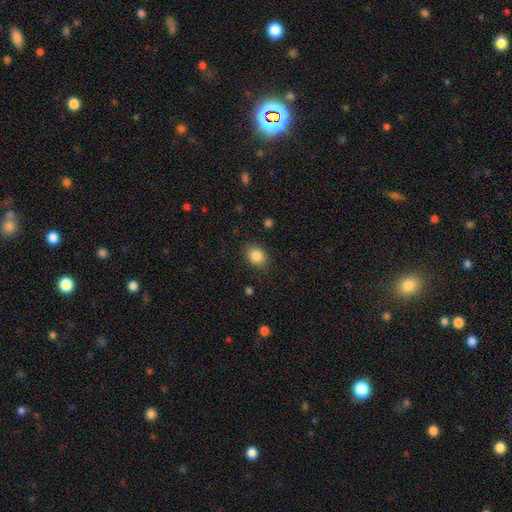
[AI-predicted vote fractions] The model was most divided on "how rounded": in between: 53%, round: 46%, cigar-shaped: 1%. More confident: smooth or featured — smooth (86%); merging — none (85%).